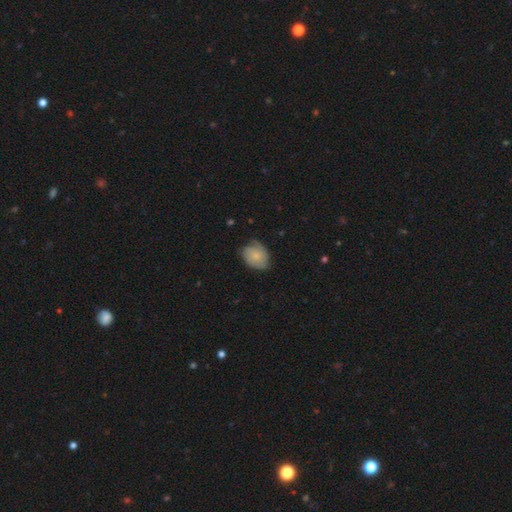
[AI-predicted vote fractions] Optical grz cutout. It shows a smooth galaxy with no disk features (58%) that is in between round and cigar-shaped (64%). Merging: none (60%).